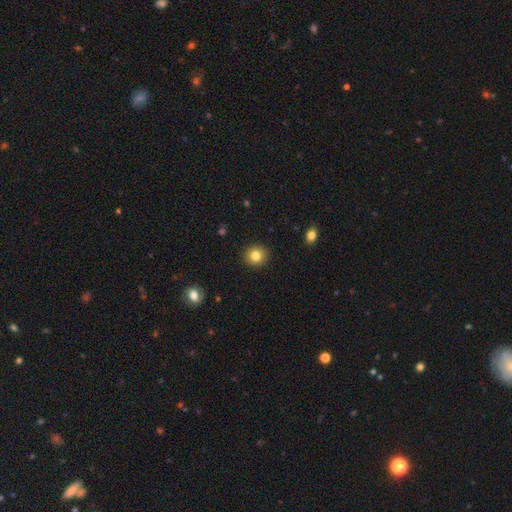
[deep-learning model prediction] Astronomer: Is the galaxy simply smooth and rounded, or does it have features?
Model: smooth — 82%.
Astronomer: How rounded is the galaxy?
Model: round — 89%.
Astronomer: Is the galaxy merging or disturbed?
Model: none — 92%.